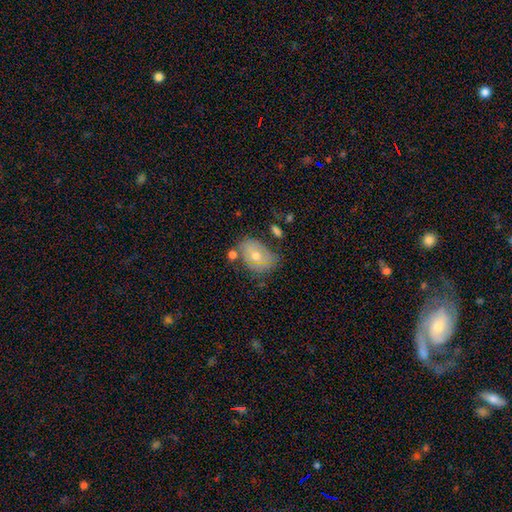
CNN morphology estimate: This is possibly a smooth galaxy (53%). How rounded: clearly in between (80%). Merging: possibly none (54%).